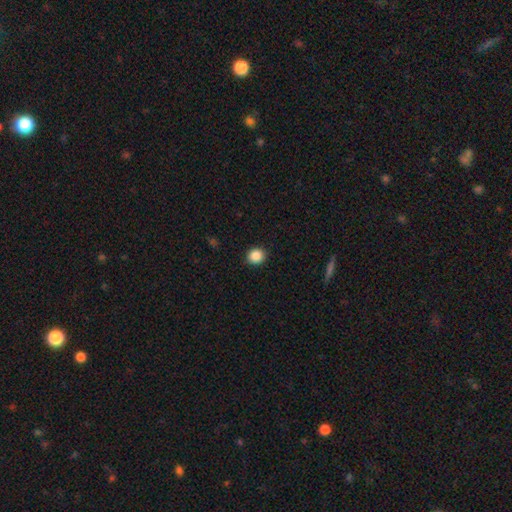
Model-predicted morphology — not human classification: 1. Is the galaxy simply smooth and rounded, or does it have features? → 87% smooth, 10% star or artifact, 4% featured or disk.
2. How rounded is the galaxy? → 85% round, 14% in between, 1% cigar-shaped.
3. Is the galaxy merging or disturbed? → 91% none, 7% minor disturbance, 2% major disturbance, 1% merger.